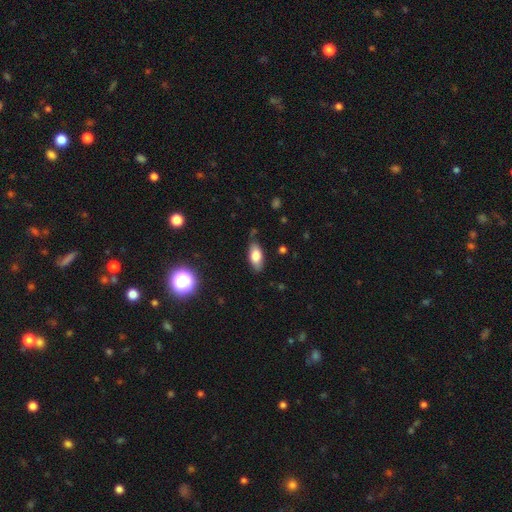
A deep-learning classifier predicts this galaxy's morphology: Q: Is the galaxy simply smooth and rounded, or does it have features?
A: smooth — 78%.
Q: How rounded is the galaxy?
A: in between — 87%.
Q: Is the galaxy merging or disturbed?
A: none — 77%.